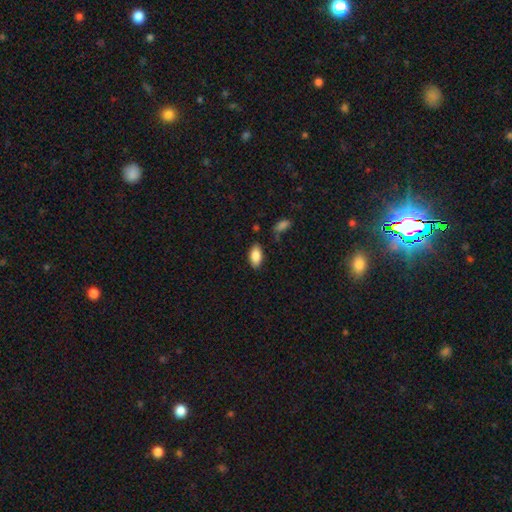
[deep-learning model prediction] Smooth or featured? smooth (86%)
How rounded? in between (92%)
Merging? none (82%)